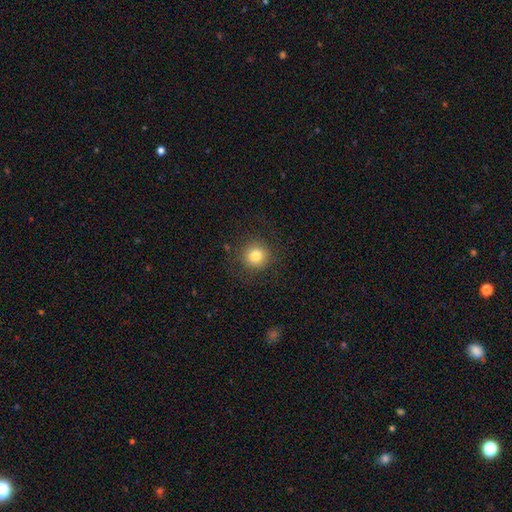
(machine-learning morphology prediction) Q: Smooth or featured?
A: smooth (80%); runner-up: star or artifact (12%)
Q: How rounded?
A: round (93%); runner-up: in between (6%)
Q: Merging?
A: none (88%); runner-up: minor disturbance (7%)